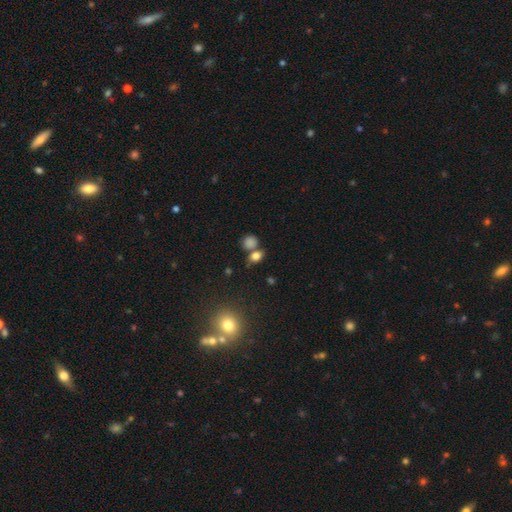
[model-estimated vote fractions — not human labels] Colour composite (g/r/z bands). It shows a smooth galaxy with no disk features (77%) that is in between round and cigar-shaped (52%). Merging: none (55%).